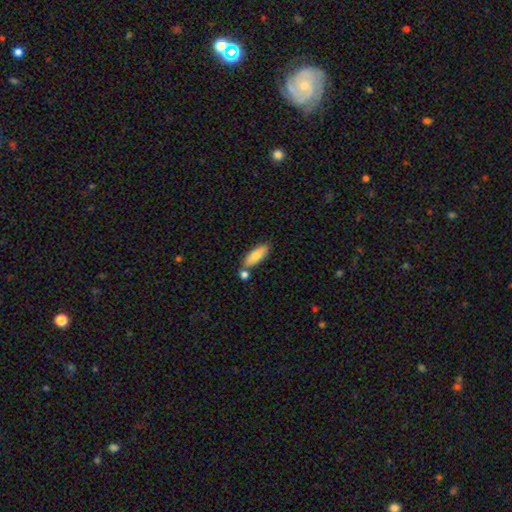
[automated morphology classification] Smooth or featured? smooth (81%)
How rounded? in between (64%)
Merging? none (70%)